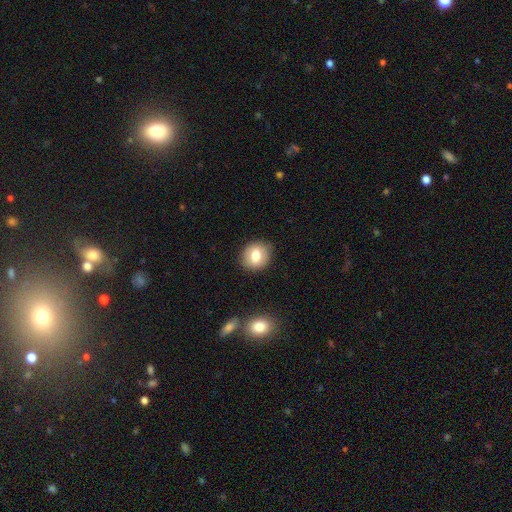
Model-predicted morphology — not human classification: Overall: smooth (76%). How rounded: round (73%). Merging: none (86%).